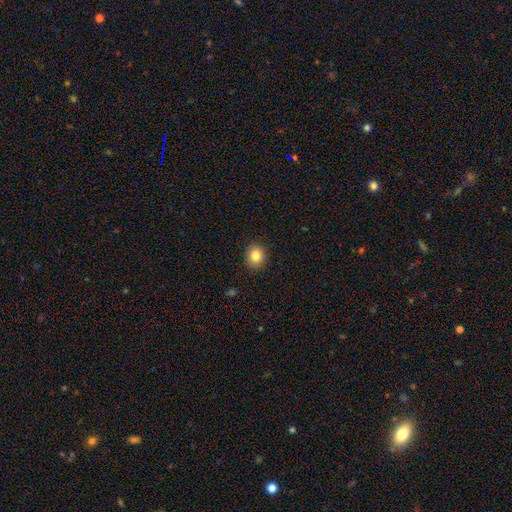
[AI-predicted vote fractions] This is clearly a smooth galaxy (83%). How rounded: likely round (74%). Merging: clearly none (91%).